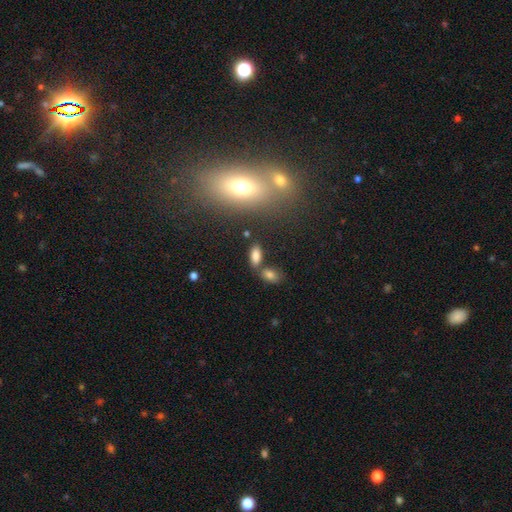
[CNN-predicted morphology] Smooth or featured: smooth — 81% (star or artifact — 11%)
How rounded: in between — 84% (cigar-shaped — 12%)
Merging: none — 69% (merger — 16%)